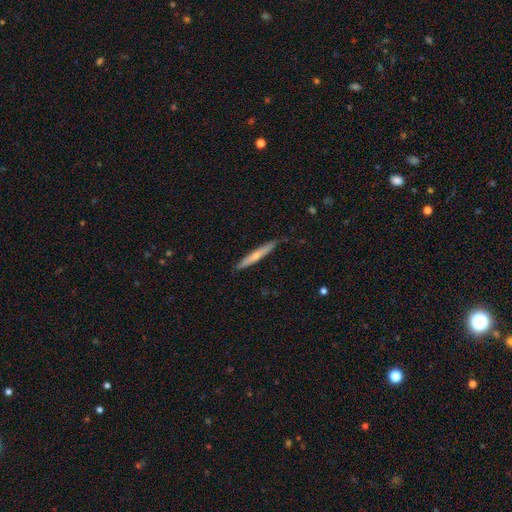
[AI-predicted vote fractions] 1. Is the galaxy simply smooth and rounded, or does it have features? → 51% smooth, 43% featured or disk, 6% star or artifact.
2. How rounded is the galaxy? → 95% cigar-shaped, 4% in between, 1% round.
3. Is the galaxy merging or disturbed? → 85% none, 12% minor disturbance, 2% major disturbance, 1% merger.